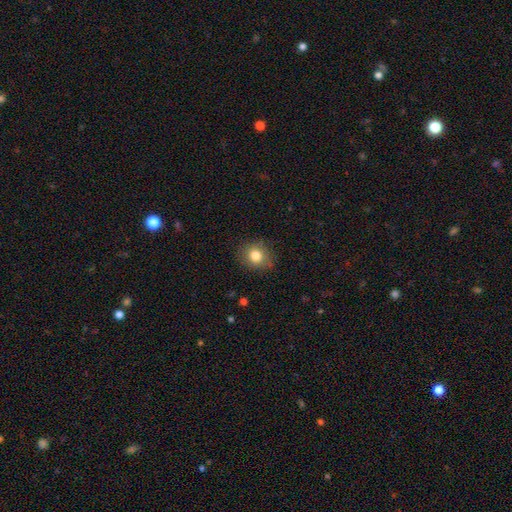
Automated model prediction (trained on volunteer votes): Smooth or featured?
  - smooth: 82% *
  - star or artifact: 11%
  - featured or disk: 7%
How rounded?
  - round: 81% *
  - in between: 18%
  - cigar-shaped: 1%
Merging?
  - none: 84% *
  - minor disturbance: 11%
  - major disturbance: 3%
  - merger: 1%